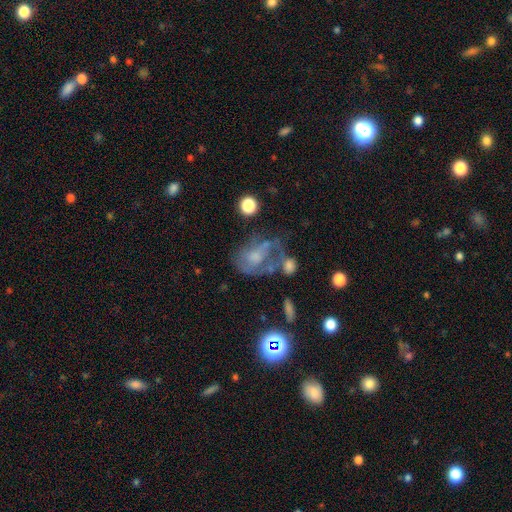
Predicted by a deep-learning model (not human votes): Smooth or featured? featured or disk (50%)
Merging? major disturbance (33%)